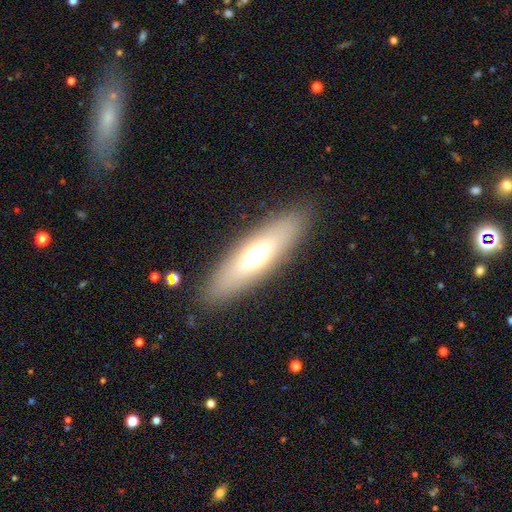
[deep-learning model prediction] Q: Smooth or featured?
A: smooth (51%); runner-up: featured or disk (38%)
Q: How rounded?
A: cigar-shaped (48%); tied with: in between (48%)
Q: Merging?
A: none (87%); runner-up: minor disturbance (8%)